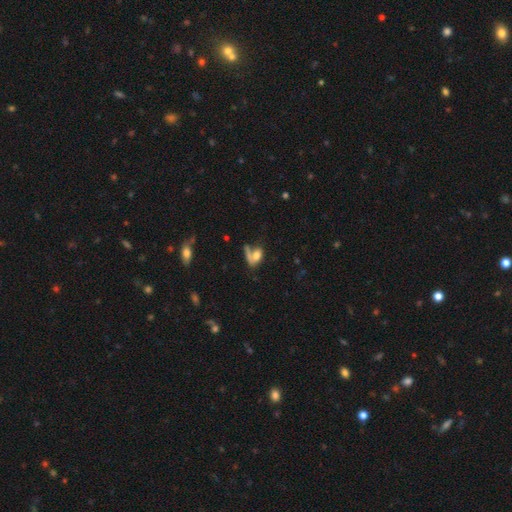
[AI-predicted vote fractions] This is likely a smooth galaxy (65%). How rounded: likely in between (77%). Merging: marginally merger (34%).